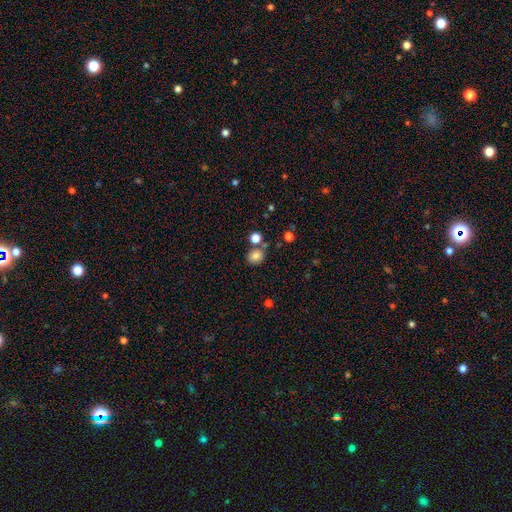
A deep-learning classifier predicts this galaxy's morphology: smooth-or-featured: smooth: 81% | star or artifact: 12% | featured or disk: 7%
  how-rounded: round: 73% | in between: 26% | cigar-shaped: 1%
  merging: none: 74% | merger: 13% | minor disturbance: 10% | major disturbance: 3%